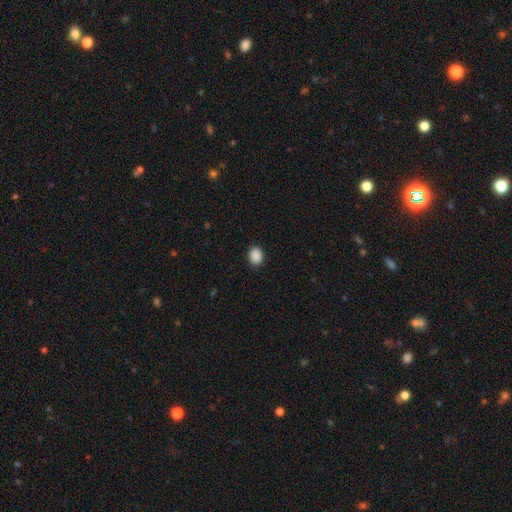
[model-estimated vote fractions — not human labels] This is clearly a smooth galaxy (90%). How rounded: possibly in between (59%). Merging: clearly none (90%).